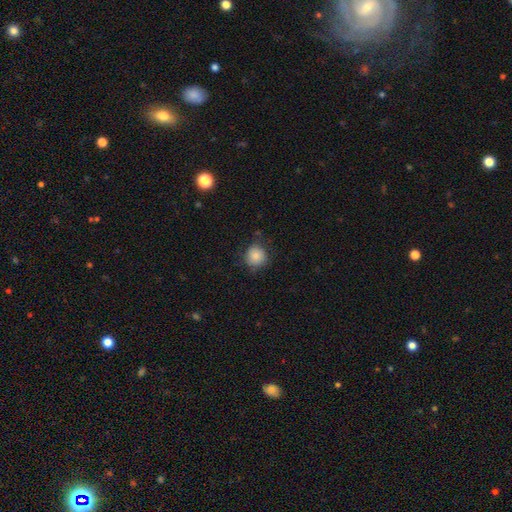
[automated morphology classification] Smooth or featured? Predicted: smooth (p=0.85). How rounded? Predicted: round (p=0.89). Merging? Predicted: none (p=0.75).